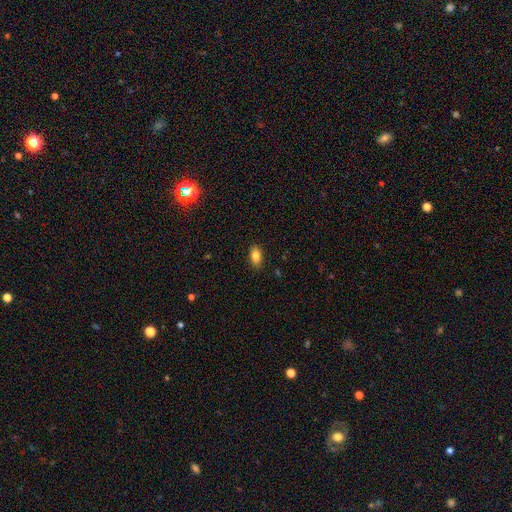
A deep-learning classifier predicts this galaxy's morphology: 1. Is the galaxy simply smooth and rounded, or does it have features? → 84% smooth, 9% star or artifact, 7% featured or disk.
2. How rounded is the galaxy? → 88% in between, 7% round, 4% cigar-shaped.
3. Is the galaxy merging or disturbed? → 88% none, 9% minor disturbance, 2% major disturbance, 1% merger.